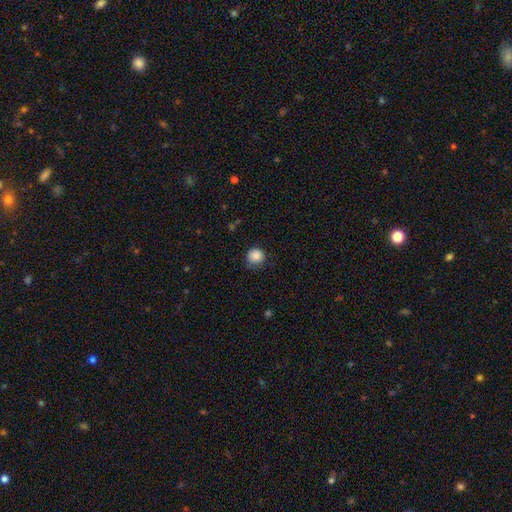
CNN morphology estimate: Smooth or featured: smooth — 86% (star or artifact — 10%)
How rounded: round — 90% (in between — 9%)
Merging: none — 72% (minor disturbance — 22%)